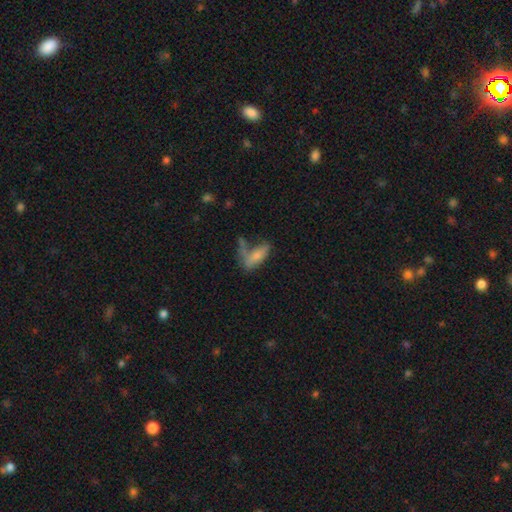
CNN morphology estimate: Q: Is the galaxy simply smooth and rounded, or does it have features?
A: smooth — 67%.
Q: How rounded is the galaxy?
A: in between — 75%.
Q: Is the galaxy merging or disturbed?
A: none — 35%.